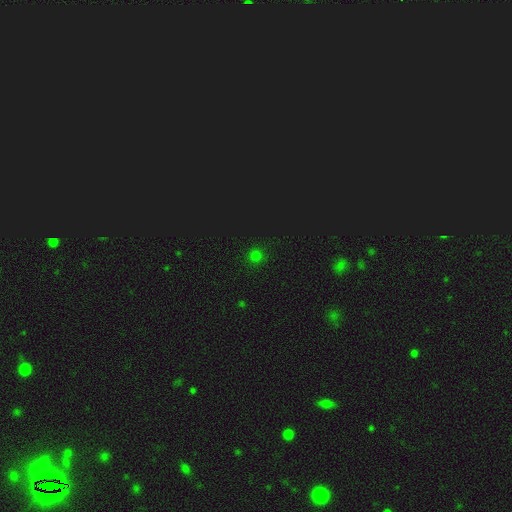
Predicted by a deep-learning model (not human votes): This is likely a smooth galaxy (71%). How rounded: clearly round (94%). Merging: clearly none (91%).